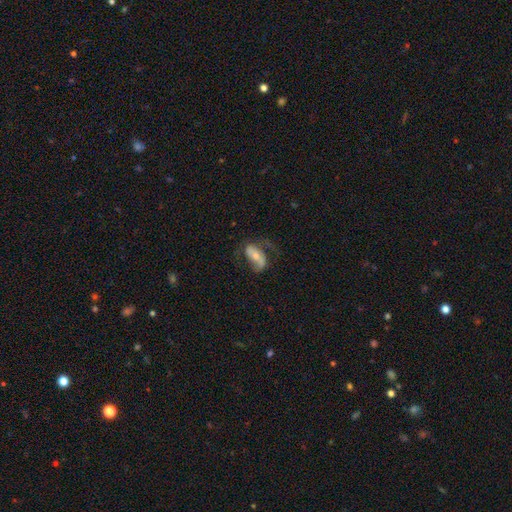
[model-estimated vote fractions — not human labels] The model was most divided on "bar": strong: 39%, no: 35%, weak: 26%. Remaining: edge-on disk — no (91%); spiral arms — yes (73%); smooth or featured — featured or disk (57%); merging — none (54%); bulge size — moderate (50%).